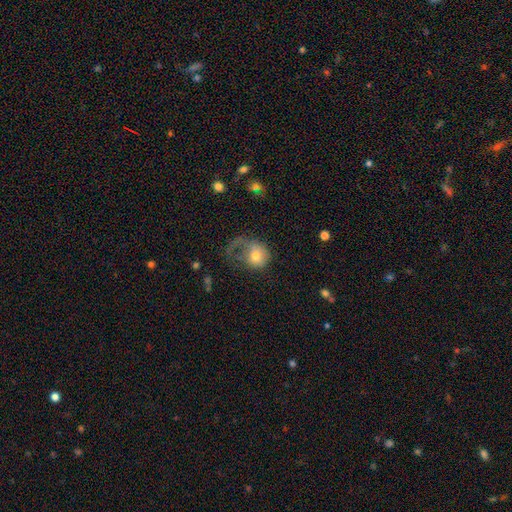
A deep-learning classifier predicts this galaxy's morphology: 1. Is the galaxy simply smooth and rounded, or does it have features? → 60% smooth, 32% featured or disk, 8% star or artifact.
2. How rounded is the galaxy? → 58% round, 41% in between, 1% cigar-shaped.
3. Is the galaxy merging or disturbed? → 60% major disturbance, 19% none, 17% minor disturbance, 3% merger.